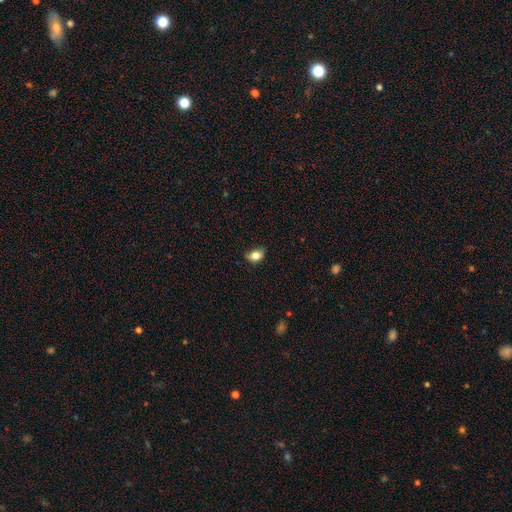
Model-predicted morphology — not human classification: Q: Smooth or featured?
A: smooth (80%); runner-up: featured or disk (10%)
Q: How rounded?
A: in between (77%); runner-up: round (20%)
Q: Merging?
A: none (68%); runner-up: minor disturbance (26%)